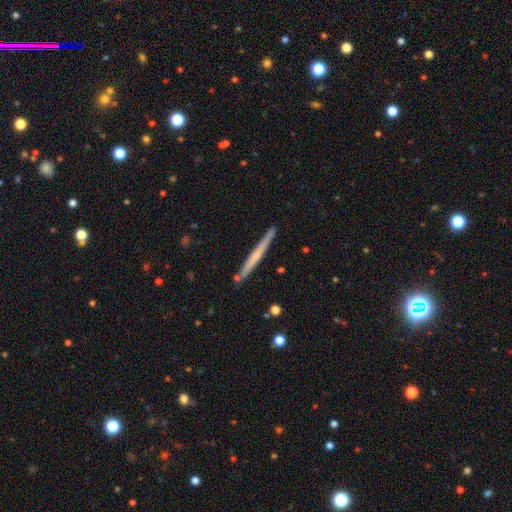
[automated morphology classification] Smooth or featured?
  - featured or disk: 53% *
  - smooth: 42%
  - star or artifact: 5%
Edge-on disk?
  - yes: 97% *
  - no: 3%
Edge-on bulge?
  - none: 69% *
  - rounded: 24%
  - boxy: 7%
Merging?
  - none: 89% *
  - minor disturbance: 8%
  - merger: 2%
  - major disturbance: 1%